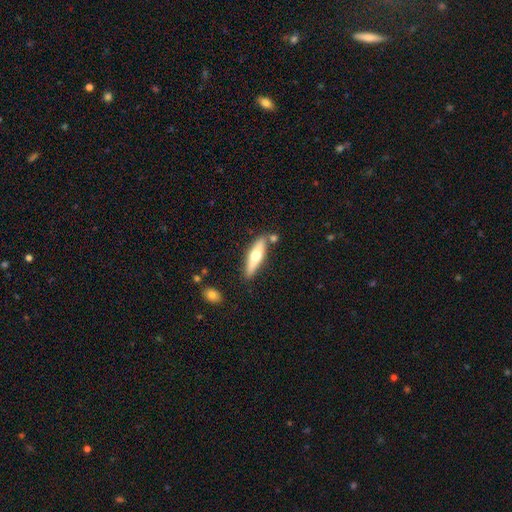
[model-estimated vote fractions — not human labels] Morphology: type=smooth (49%); merging=none (77%).